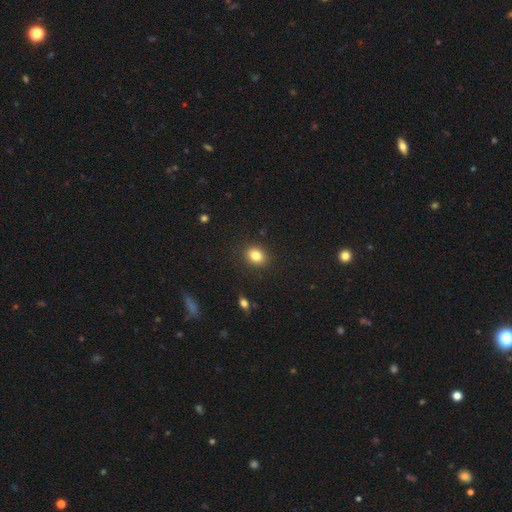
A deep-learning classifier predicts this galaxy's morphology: This appears to be a smooth galaxy with no disk features (82%) that is round (51%). Merging: none (89%).